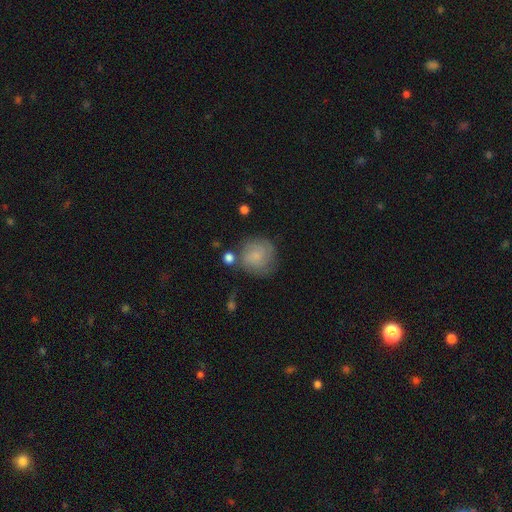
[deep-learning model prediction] smooth-or-featured: smooth: 66% | featured or disk: 26% | star or artifact: 8%
  how-rounded: round: 87% | in between: 12% | cigar-shaped: 1%
  merging: none: 62% | minor disturbance: 21% | major disturbance: 9% | merger: 8%